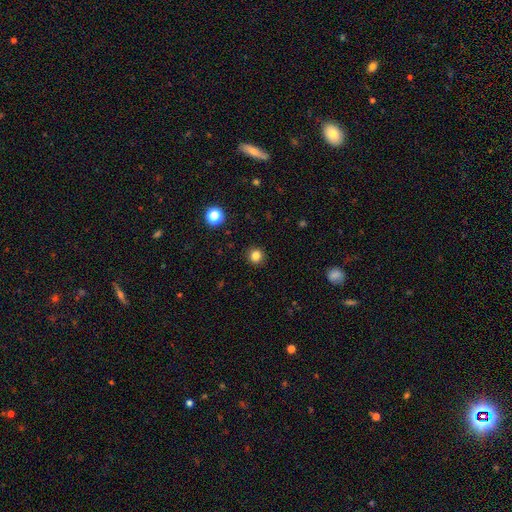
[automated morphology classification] type=smooth (83%); roundness=round (94%); merging=none (92%).